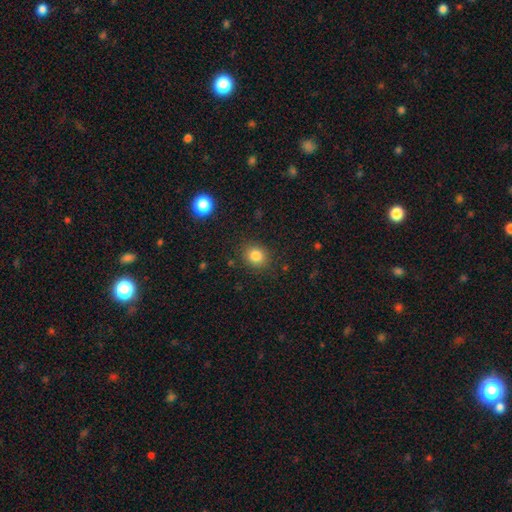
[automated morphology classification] type=smooth (83%); roundness=round (70%); merging=none (86%).